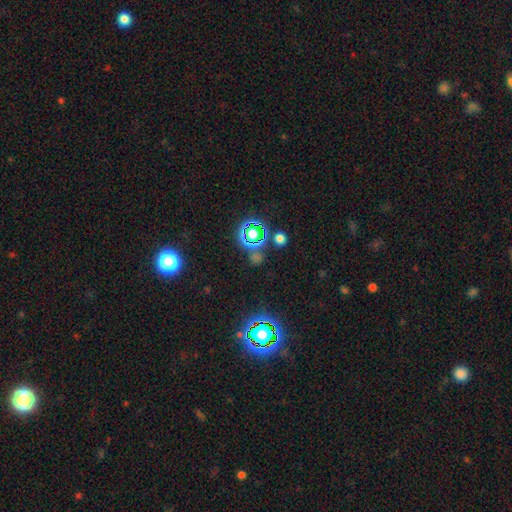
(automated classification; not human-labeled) The model was most divided on "smooth or featured": star or artifact: 67%, smooth: 25%, featured or disk: 9%.